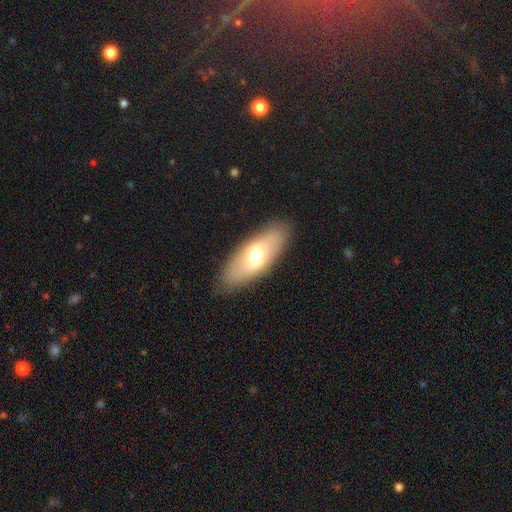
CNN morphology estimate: Smooth or featured? Predicted: smooth (p=0.57). How rounded? Predicted: in between (p=0.78). Merging? Predicted: none (p=0.87).